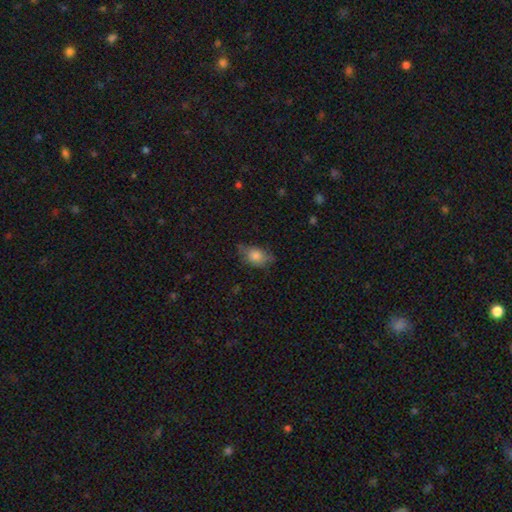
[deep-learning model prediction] Morphology: type=smooth (77%); roundness=in between (82%); merging=none (58%).